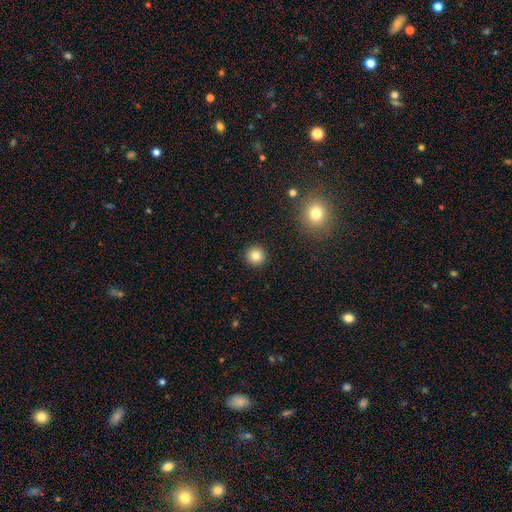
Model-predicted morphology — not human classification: smooth_or_featured: smooth (p=0.82) [alt: star or artifact p=0.12]
how_rounded: round (p=0.95) [alt: in between p=0.04]
merging: none (p=0.92) [alt: minor disturbance p=0.04]